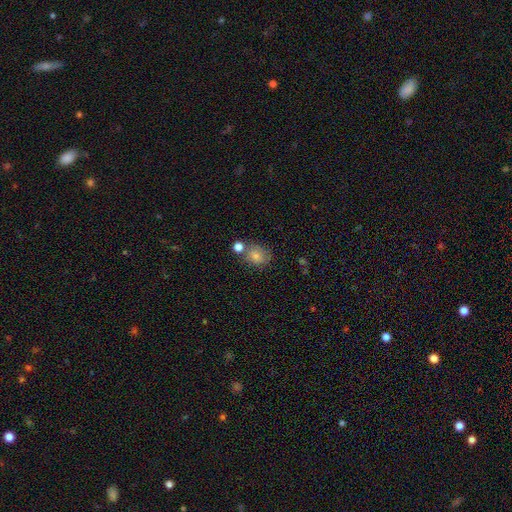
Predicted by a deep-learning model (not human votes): Morphology: type=smooth (71%); roundness=round (68%); merging=none (67%).